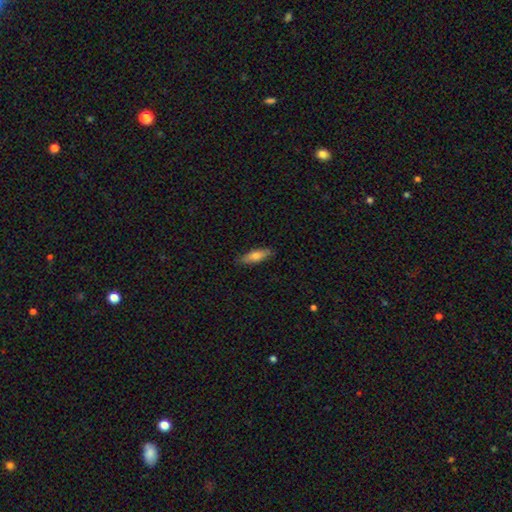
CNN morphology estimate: The model was most divided on "how rounded": cigar-shaped: 53%, in between: 45%, round: 2%. More confident: merging — none (85%); smooth or featured — smooth (70%).